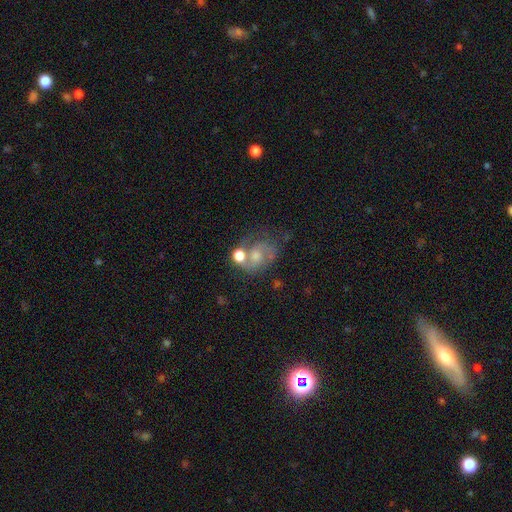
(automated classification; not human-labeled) This appears to be a featured or disk galaxy (63%) with no bar (67%), spiral arms (81%) and a moderate central bulge (48%). Merging: none (44%).